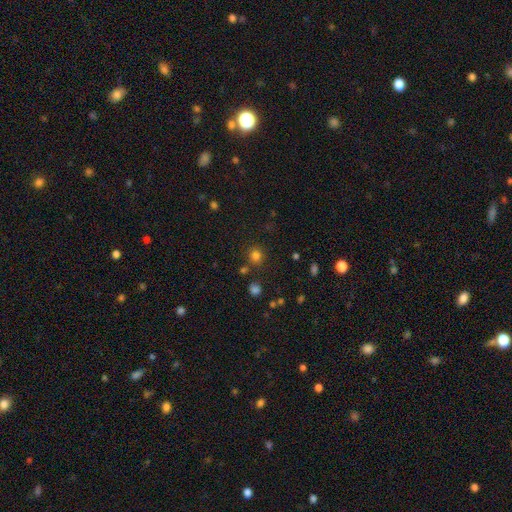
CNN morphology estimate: This appears to be a smooth galaxy with no disk features (78%) that is round (85%). Merging: none (80%).